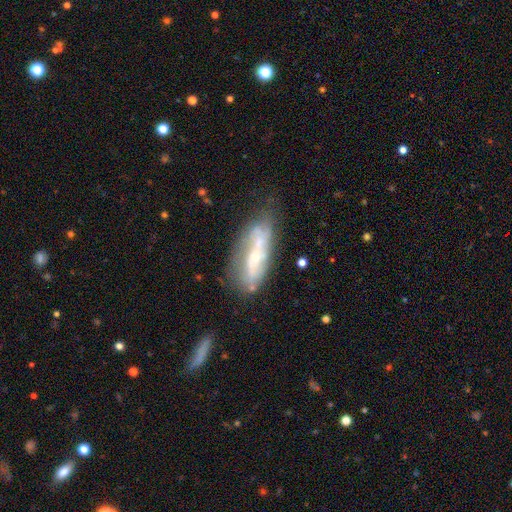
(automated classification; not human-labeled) A featured or disk galaxy (63%). Merging: none (53%).